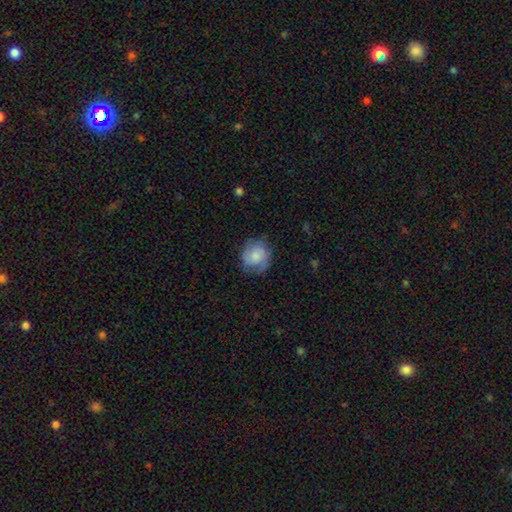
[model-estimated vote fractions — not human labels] A smooth galaxy with no disk features (68%) that is round (82%). Merging: none (69%).